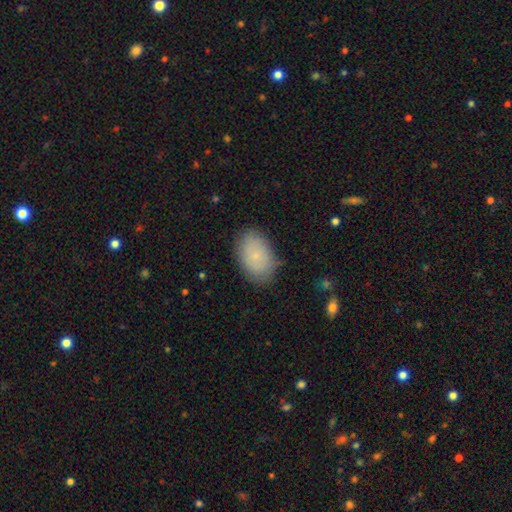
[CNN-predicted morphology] smooth-or-featured: smooth: 76% | featured or disk: 16% | star or artifact: 7%
  how-rounded: in between: 89% | round: 10% | cigar-shaped: 1%
  merging: none: 80% | minor disturbance: 15% | major disturbance: 4% | merger: 1%